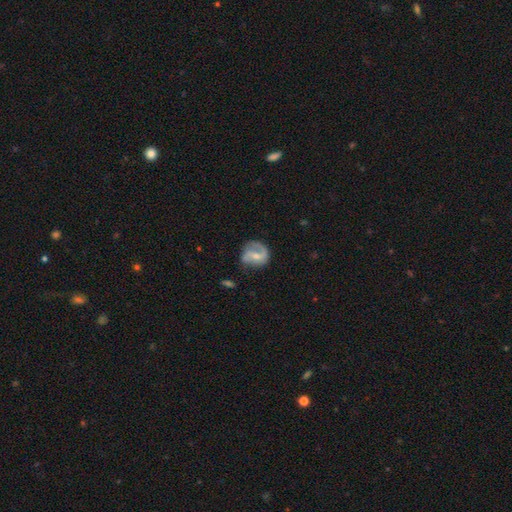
Q: Smooth or featured?
A: featured or disk (81%); runner-up: smooth (14%)
Q: Edge-on disk?
A: no (97%); runner-up: yes (3%)
Q: Bar?
A: weak (55%); runner-up: no (34%)
Q: Spiral arms?
A: yes (86%); runner-up: no (14%)
Q: Spiral winding?
A: medium (48%); runner-up: loose (32%)
Q: Spiral arm count?
A: 2 (92%); runner-up: 1 (4%)
Q: Bulge size?
A: small (62%); runner-up: moderate (38%)
Q: Merging?
A: none (60%); runner-up: minor disturbance (20%)